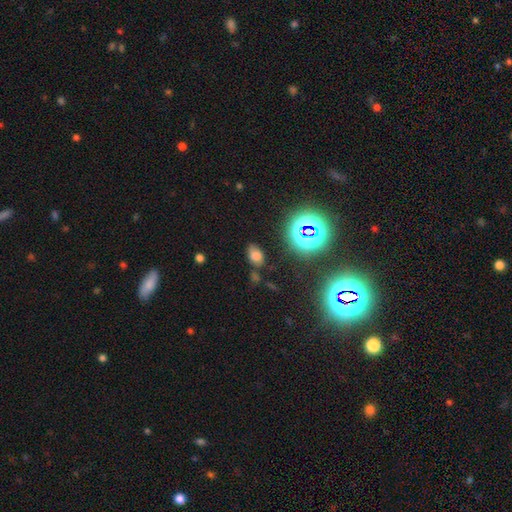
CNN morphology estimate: Smooth or featured?
  - smooth: 62% *
  - star or artifact: 26%
  - featured or disk: 11%
How rounded?
  - in between: 85% *
  - round: 13%
  - cigar-shaped: 2%
Merging?
  - none: 71% *
  - minor disturbance: 17%
  - merger: 6%
  - major disturbance: 6%